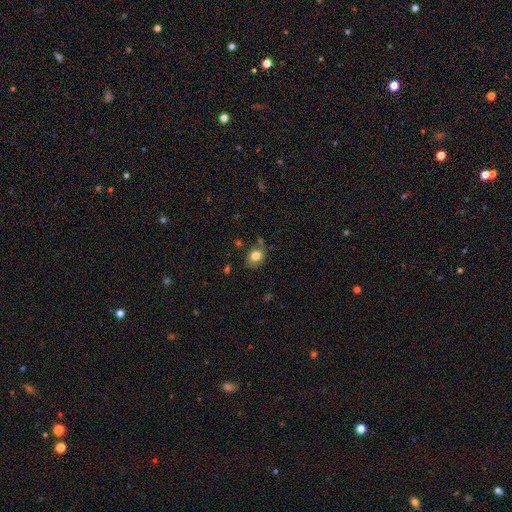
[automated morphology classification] Q: Smooth or featured?
A: smooth (79%); runner-up: featured or disk (11%)
Q: How rounded?
A: round (53%); runner-up: in between (46%)
Q: Merging?
A: none (70%); runner-up: minor disturbance (20%)